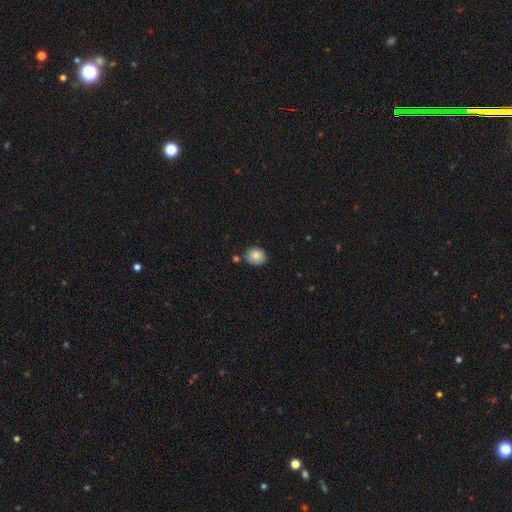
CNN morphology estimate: Q: Smooth or featured?
A: smooth (85%); runner-up: star or artifact (8%)
Q: How rounded?
A: round (75%); runner-up: in between (24%)
Q: Merging?
A: none (78%); runner-up: minor disturbance (13%)